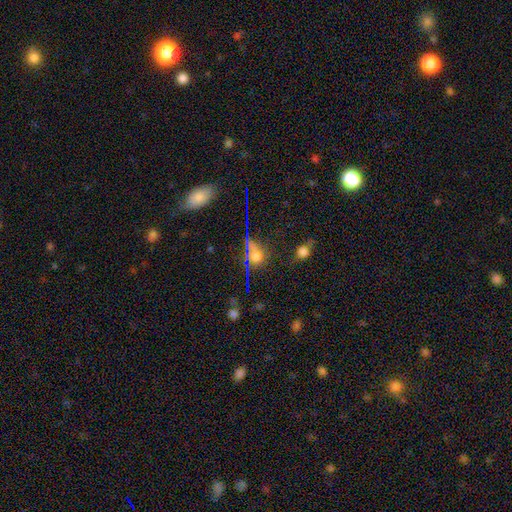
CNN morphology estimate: The model was most divided on "smooth or featured": star or artifact: 45%, smooth: 44%, featured or disk: 10%.